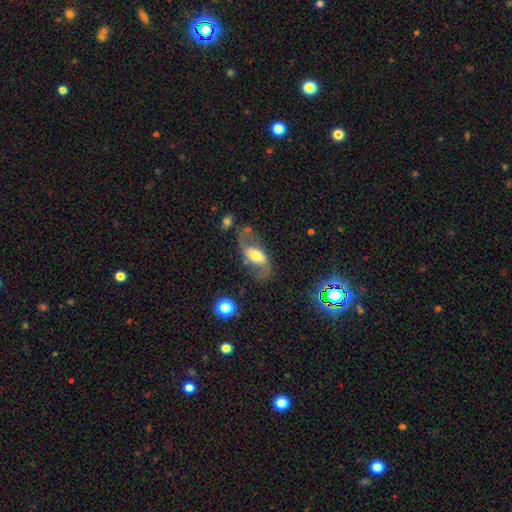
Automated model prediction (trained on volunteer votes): Smooth or featured? featured or disk (66%)
Edge-on disk? no (92%)
Bar? no (38%)
Spiral arms? yes (83%)
Spiral winding? loose (66%)
Spiral arm count? 2 (89%)
Bulge size? moderate (53%)
Merging? none (59%)